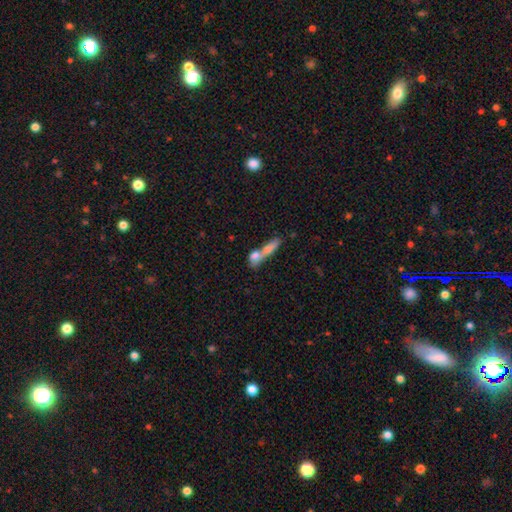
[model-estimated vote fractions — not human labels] smooth 69%, featured or disk 23%, star or artifact 8%. Down the decision tree: how rounded — in between (44%); merging — merger (64%).